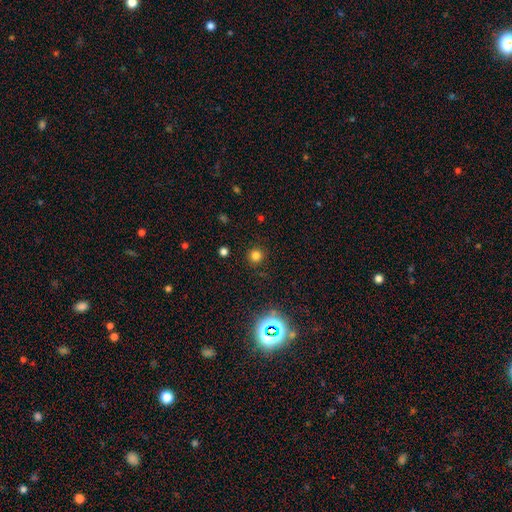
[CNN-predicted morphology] smooth 77%, star or artifact 18%, featured or disk 5%. Down the decision tree: how rounded — round (94%); merging — none (90%).